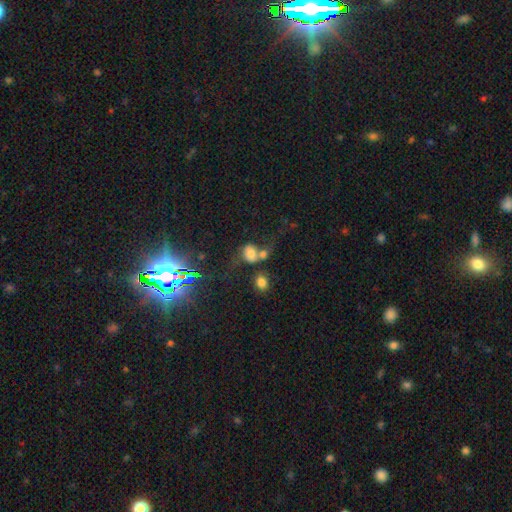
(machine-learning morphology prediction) Q: Smooth or featured?
A: smooth (49%); runner-up: star or artifact (26%)
Q: Merging?
A: merger (50%); runner-up: none (27%)